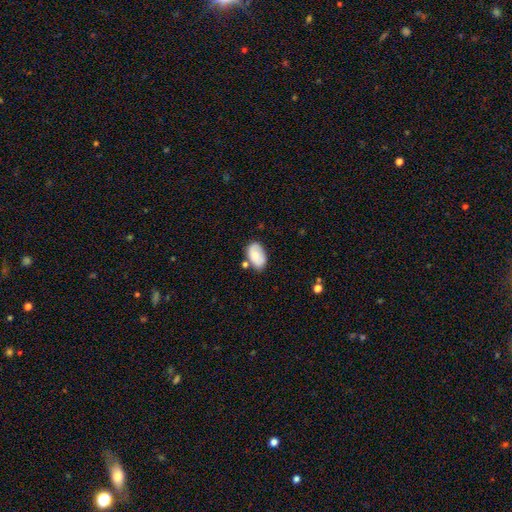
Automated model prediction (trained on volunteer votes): Smooth or featured? Predicted: smooth (p=0.77). How rounded? Predicted: in between (p=0.93). Merging? Predicted: none (p=0.64).